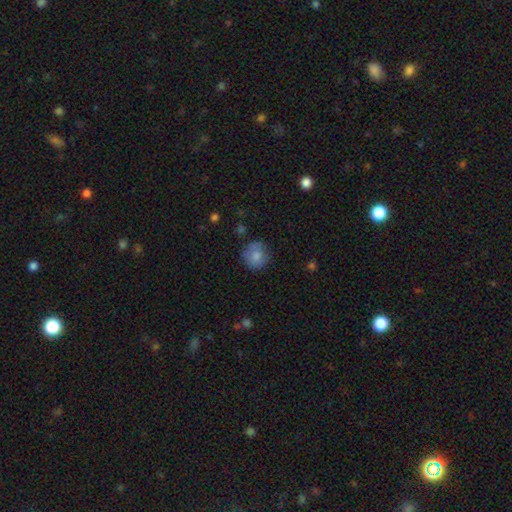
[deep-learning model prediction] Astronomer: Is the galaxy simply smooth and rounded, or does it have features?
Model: smooth — 77%.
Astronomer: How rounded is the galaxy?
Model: round — 86%.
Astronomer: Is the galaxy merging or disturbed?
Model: none — 72%.